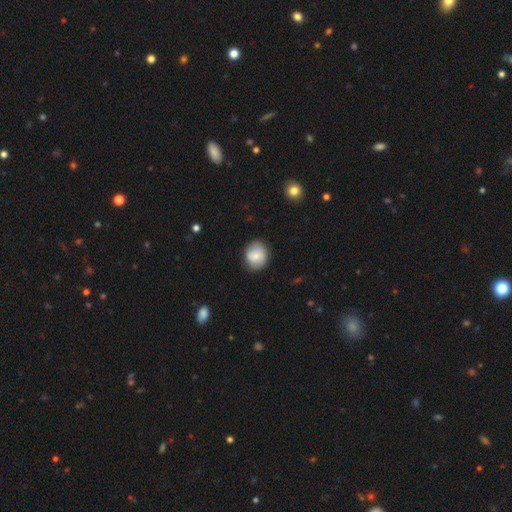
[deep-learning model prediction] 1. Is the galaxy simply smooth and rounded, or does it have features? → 74% smooth, 19% featured or disk, 8% star or artifact.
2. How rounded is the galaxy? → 73% round, 26% in between, 1% cigar-shaped.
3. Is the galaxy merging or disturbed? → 82% none, 14% minor disturbance, 3% major disturbance, 2% merger.